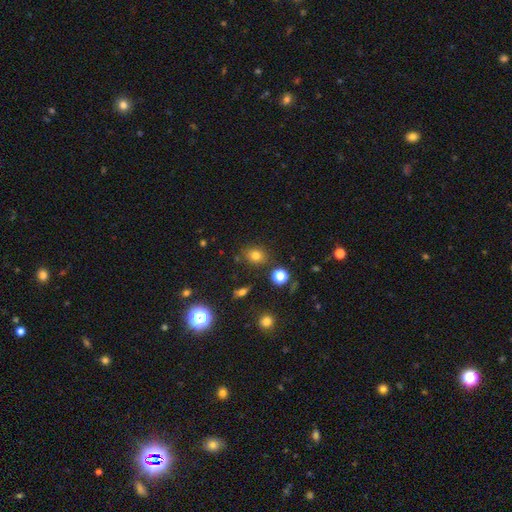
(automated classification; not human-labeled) Smooth or featured: smooth — 76% (star or artifact — 16%)
How rounded: round — 63% (in between — 36%)
Merging: none — 81% (minor disturbance — 11%)